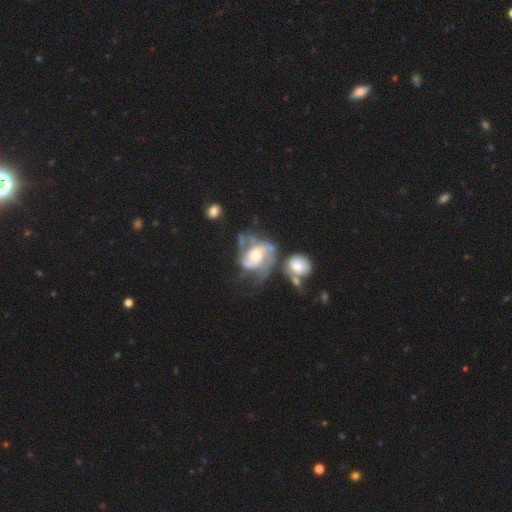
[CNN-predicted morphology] A featured or disk galaxy (81%) with no bar (54%), 2 (66%) medium (46%) spiral arms (89%) and a moderate central bulge (55%). Merging: major disturbance (31%).